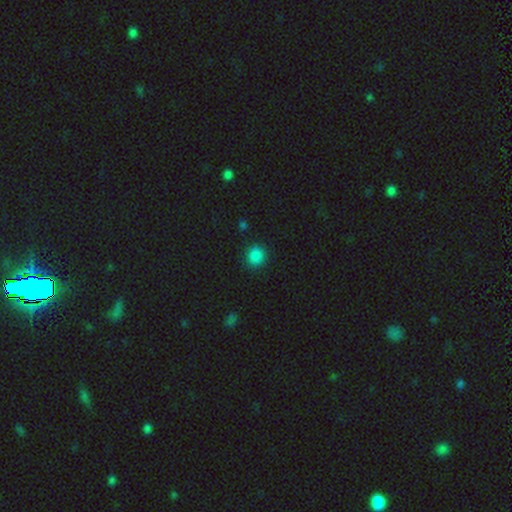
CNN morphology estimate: This appears to be a smooth galaxy with no disk features (85%) that is round (84%). Merging: none (89%).